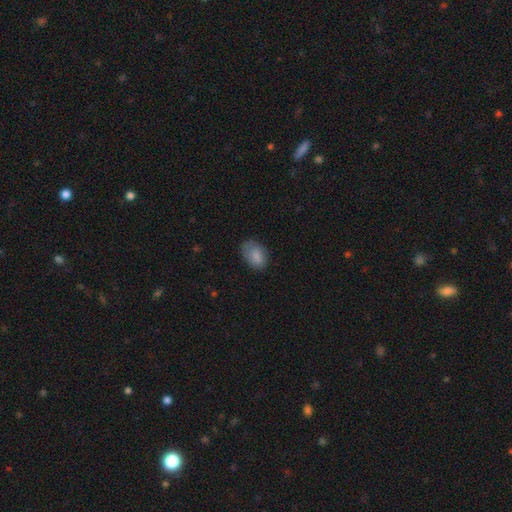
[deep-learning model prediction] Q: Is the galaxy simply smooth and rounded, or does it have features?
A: smooth — 84%.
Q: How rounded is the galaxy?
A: in between — 88%.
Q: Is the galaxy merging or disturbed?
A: none — 68%.